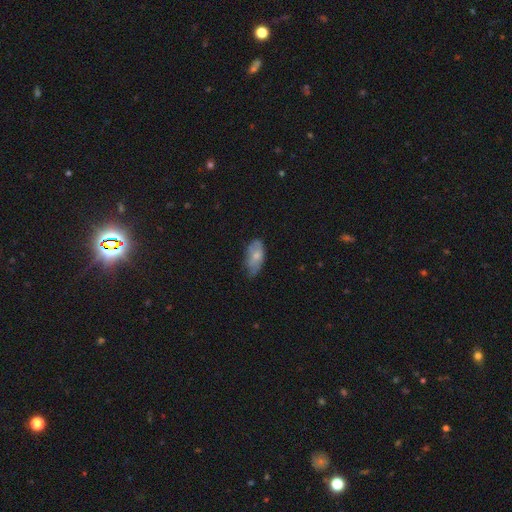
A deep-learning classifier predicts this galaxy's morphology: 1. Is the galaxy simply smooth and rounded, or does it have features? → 65% smooth, 28% featured or disk, 7% star or artifact.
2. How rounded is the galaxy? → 91% in between, 6% cigar-shaped, 4% round.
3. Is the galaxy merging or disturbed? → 44% none, 41% minor disturbance, 13% major disturbance, 2% merger.